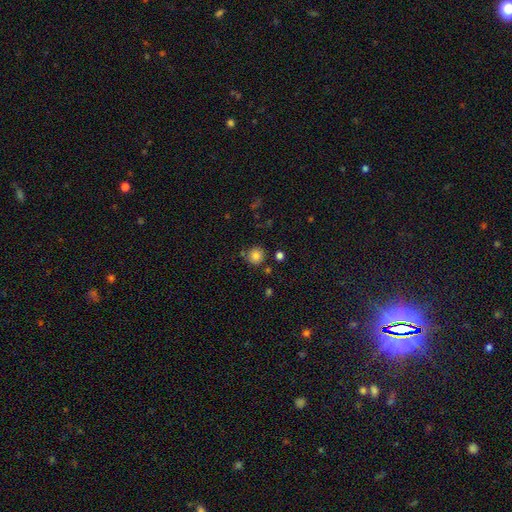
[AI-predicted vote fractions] Smooth or featured?
  - smooth: 82% *
  - star or artifact: 12%
  - featured or disk: 6%
How rounded?
  - round: 92% *
  - in between: 7%
  - cigar-shaped: 1%
Merging?
  - none: 81% *
  - minor disturbance: 10%
  - merger: 6%
  - major disturbance: 3%